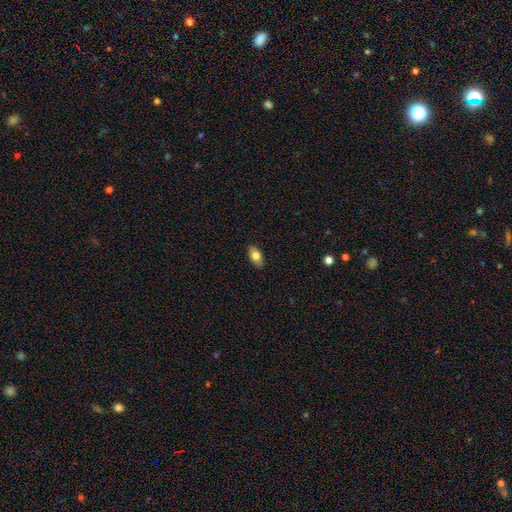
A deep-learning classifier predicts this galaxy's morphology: Smooth or featured?
  - smooth: 78% *
  - featured or disk: 15%
  - star or artifact: 7%
How rounded?
  - in between: 91% *
  - round: 5%
  - cigar-shaped: 3%
Merging?
  - none: 88% *
  - minor disturbance: 9%
  - major disturbance: 2%
  - merger: 1%